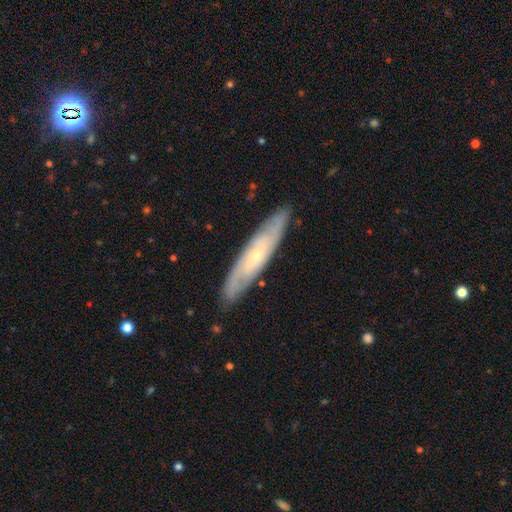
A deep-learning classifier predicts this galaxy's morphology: This appears to be a featured or disk galaxy (71%). Merging: none (86%).